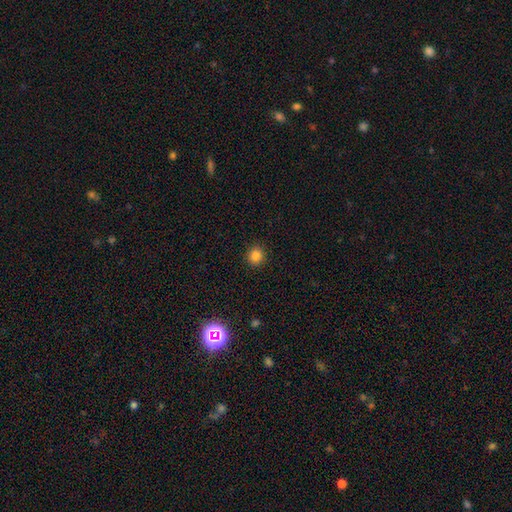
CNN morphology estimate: A smooth galaxy with no disk features (84%) that is round (84%). Merging: none (91%).